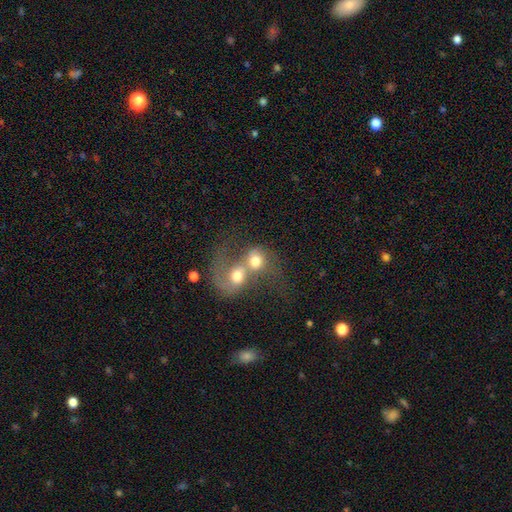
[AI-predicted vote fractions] Smooth or featured? Predicted: featured or disk (p=0.45, tied with smooth). Merging? Predicted: merger (p=0.84).